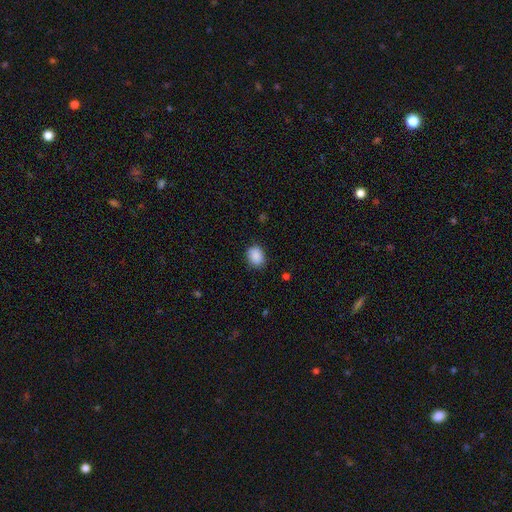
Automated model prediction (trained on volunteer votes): smooth 88%, star or artifact 8%, featured or disk 4%. Down the decision tree: how rounded — in between (57%); merging — none (83%).